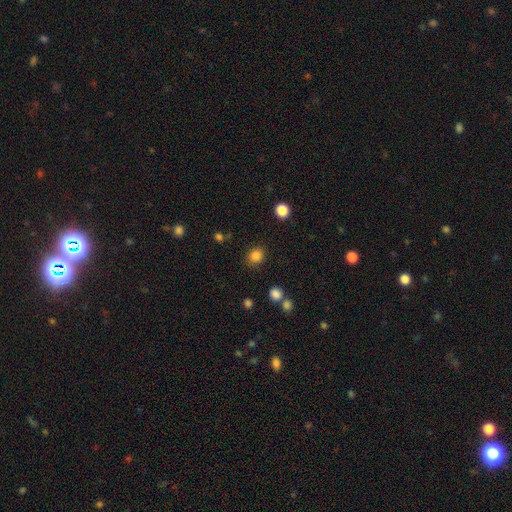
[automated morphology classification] smooth 84%, star or artifact 12%, featured or disk 4%. Down the decision tree: how rounded — round (80%); merging — none (86%).